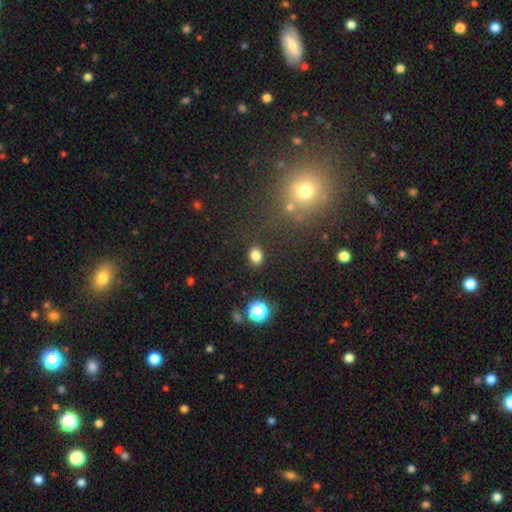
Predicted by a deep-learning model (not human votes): This is clearly a smooth galaxy (82%). How rounded: possibly in between (57%). Merging: clearly none (83%).